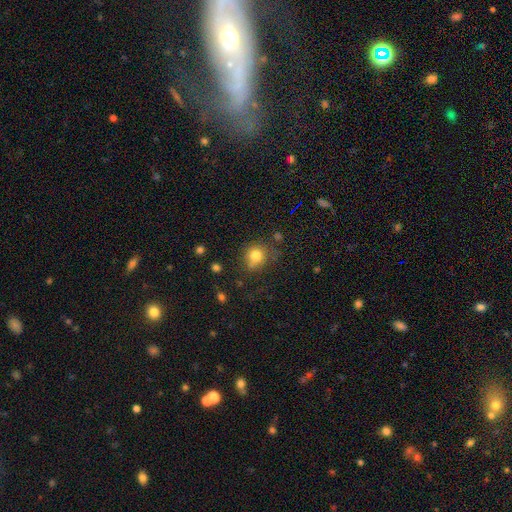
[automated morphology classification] Smooth or featured? smooth (80%)
How rounded? round (82%)
Merging? none (64%)